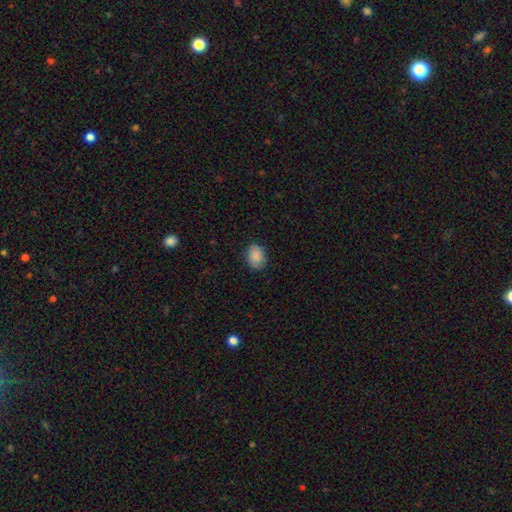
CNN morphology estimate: Overall: smooth (88%). How rounded: in between (64%; round 35%). Merging: none (82%).